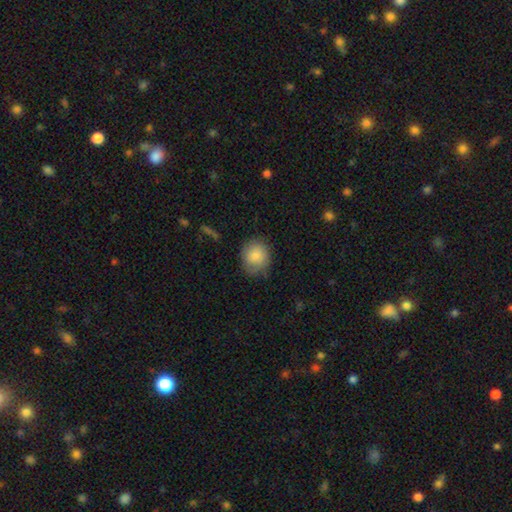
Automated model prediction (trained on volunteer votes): A smooth galaxy with no disk features (81%) that is round (75%). Merging: none (71%).